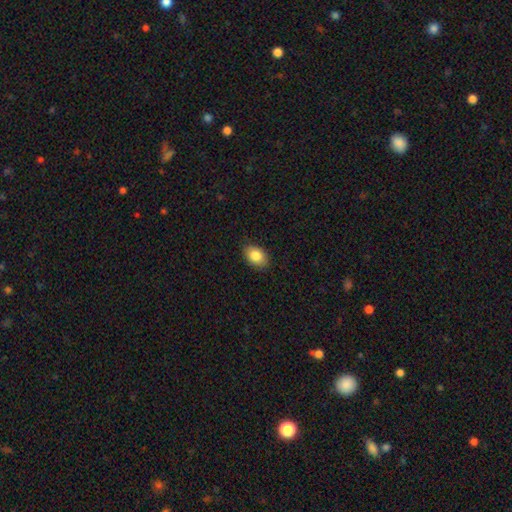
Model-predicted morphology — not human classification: Smooth or featured? Predicted: smooth (p=0.85). How rounded? Predicted: in between (p=0.80). Merging? Predicted: none (p=0.87).